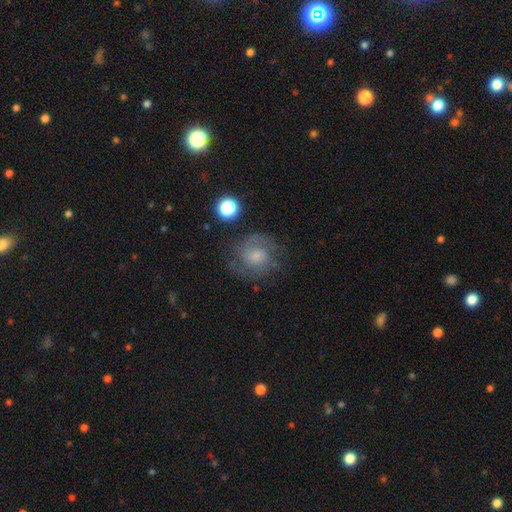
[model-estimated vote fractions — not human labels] Overall: featured or disk (68%). Edge-on disk: no (98%). Bar: no (63%; weak 32%). Spiral arms: yes (92%). Spiral arm count: 2 (63%). Spiral winding: tight (45%; medium 43%). Bulge size: moderate (39%, tied with small). Merging: none (74%).